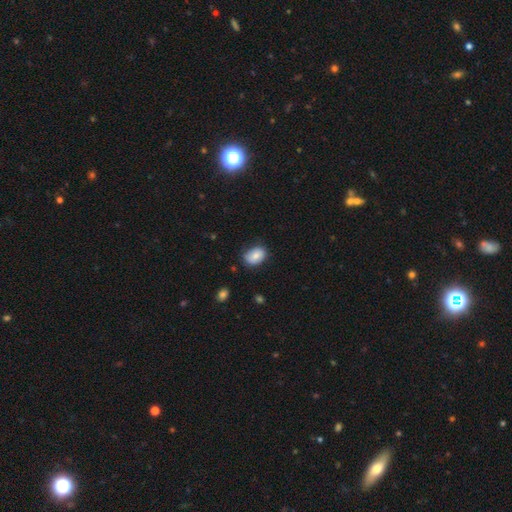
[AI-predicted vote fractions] A smooth galaxy with no disk features (77%) that is in between round and cigar-shaped (74%).

Vote fractions:
- Smooth or featured? smooth: 77% / featured or disk: 15% / star or artifact: 8%
- How rounded? in between: 74% / round: 25% / cigar-shaped: 1%
- Merging? none: 72% / minor disturbance: 22% / major disturbance: 4% / merger: 1%